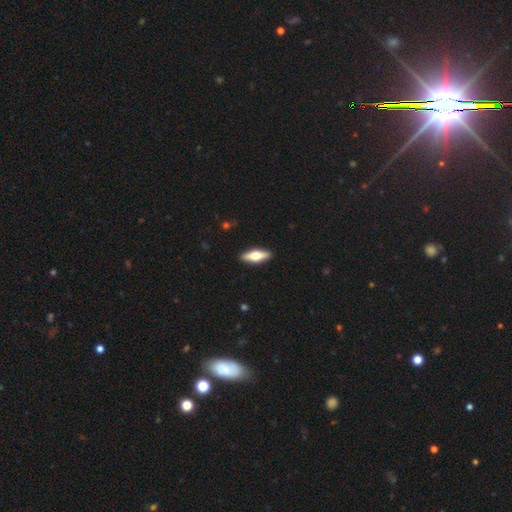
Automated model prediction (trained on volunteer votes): Smooth or featured: smooth — 51% (featured or disk — 43%)
How rounded: in between — 52% (cigar-shaped — 45%)
Merging: none — 90% (minor disturbance — 7%)